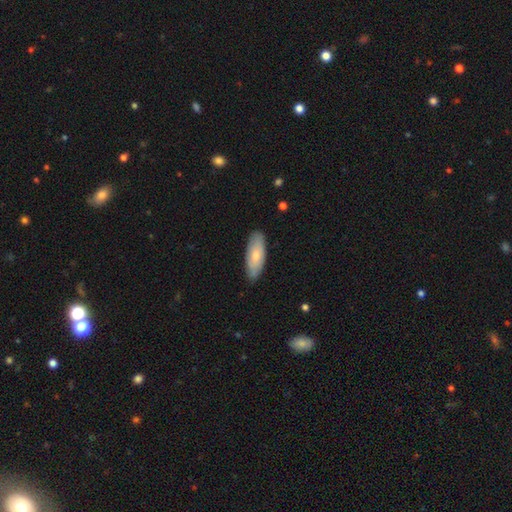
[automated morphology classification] Smooth or featured? Predicted: smooth (p=0.71). How rounded? Predicted: in between (p=0.74). Merging? Predicted: none (p=0.84).